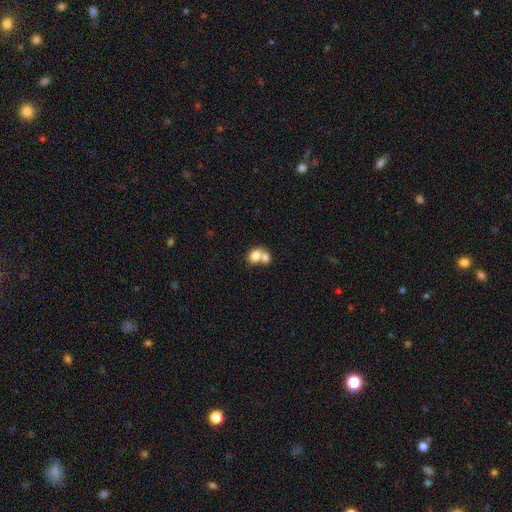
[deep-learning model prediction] Q: Smooth or featured?
A: smooth (76%); runner-up: featured or disk (15%)
Q: How rounded?
A: in between (56%); runner-up: round (43%)
Q: Merging?
A: merger (67%); runner-up: none (23%)